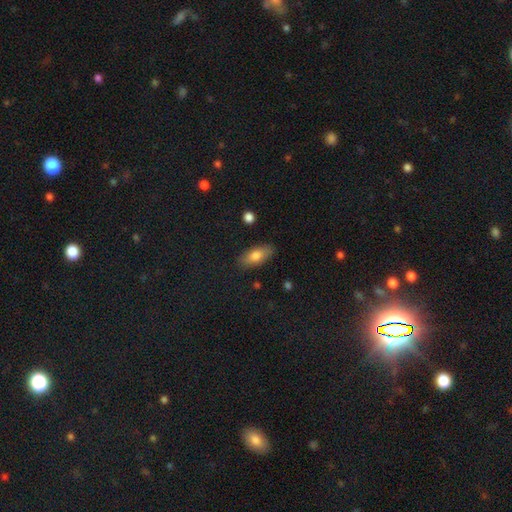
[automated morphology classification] The model was most divided on "smooth or featured": smooth: 77%, featured or disk: 16%, star or artifact: 7%. More confident: merging — none (85%); how rounded — in between (83%).